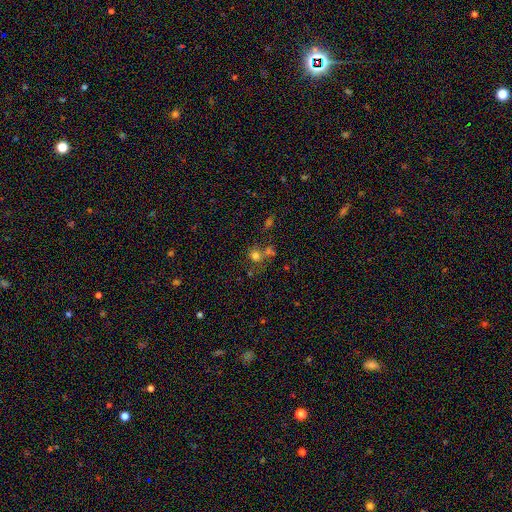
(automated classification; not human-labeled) Smooth or featured: smooth — 69% (star or artifact — 20%)
How rounded: round — 84% (in between — 15%)
Merging: none — 53% (merger — 32%)